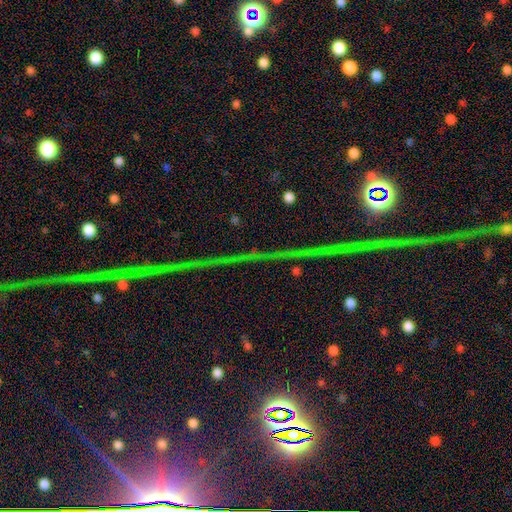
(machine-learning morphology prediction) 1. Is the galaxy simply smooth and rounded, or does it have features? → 78% star or artifact, 13% featured or disk, 9% smooth.